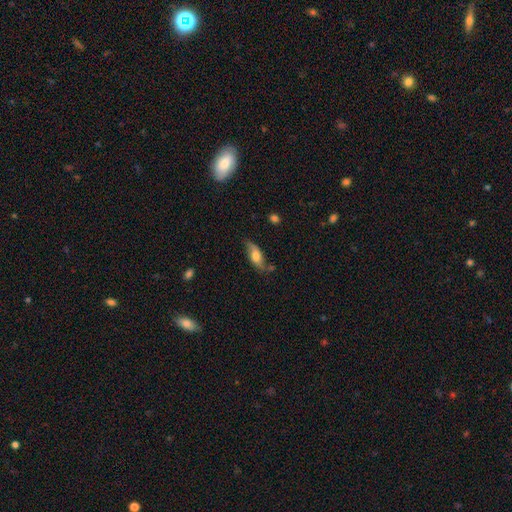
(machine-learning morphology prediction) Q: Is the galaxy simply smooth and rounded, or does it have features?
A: smooth — 53%.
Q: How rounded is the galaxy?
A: in between — 73%.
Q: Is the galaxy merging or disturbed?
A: none — 65%.